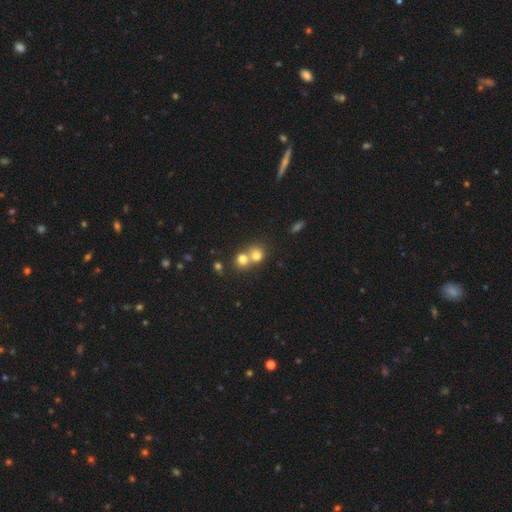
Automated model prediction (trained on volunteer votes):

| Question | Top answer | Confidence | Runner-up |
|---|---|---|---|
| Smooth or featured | smooth | 75% | featured or disk (13%) |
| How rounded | round | 77% | in between (22%) |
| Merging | merger | 62% | none (31%) |